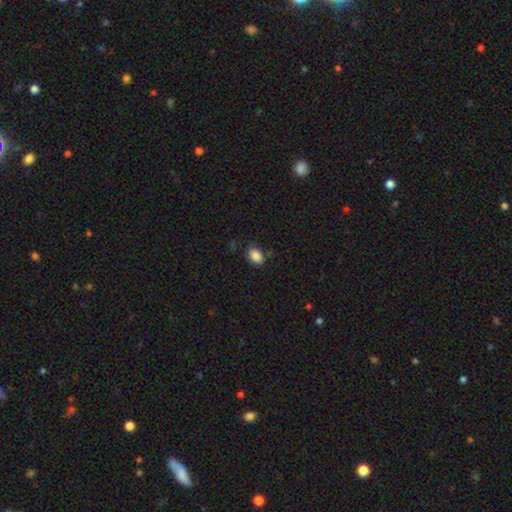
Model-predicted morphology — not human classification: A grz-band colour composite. It shows a smooth galaxy with no disk features (87%) that is in between round and cigar-shaped (87%). Merging: none (82%).